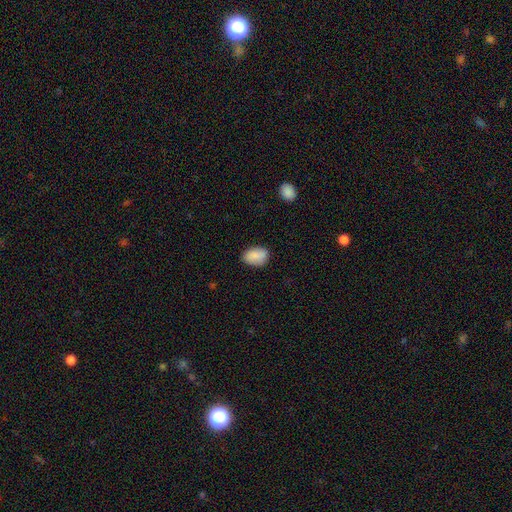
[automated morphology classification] A smooth galaxy with no disk features (87%) that is in between round and cigar-shaped (87%). Merging: none (80%).